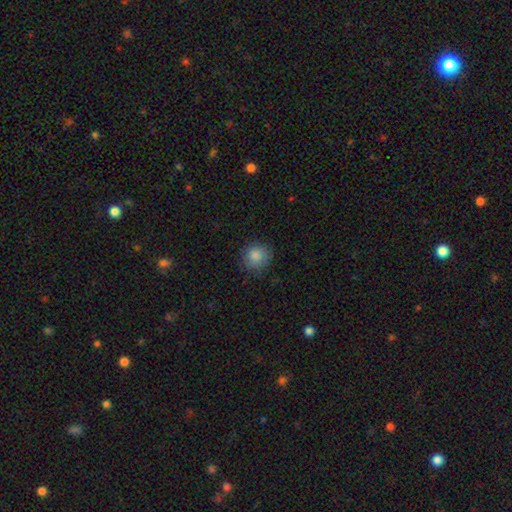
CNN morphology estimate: Overall: smooth (85%). How rounded: round (88%). Merging: none (80%).